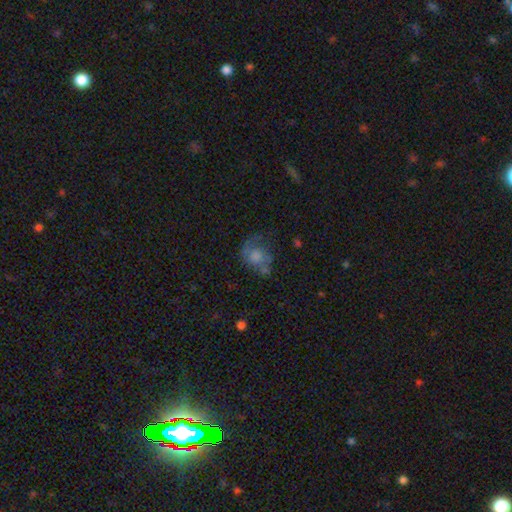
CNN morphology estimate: A smooth galaxy with no disk features (49%).

Vote fractions:
- Smooth or featured? smooth: 49% / featured or disk: 38% / star or artifact: 13%
- Merging? none: 42% / major disturbance: 27% / minor disturbance: 25% / merger: 6%